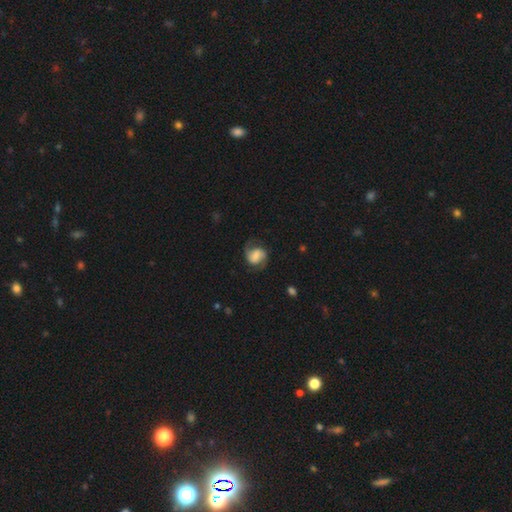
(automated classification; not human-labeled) Overall: featured or disk (68%). Edge-on disk: no (98%). Bar: weak (41%; no 40%). Spiral arms: yes (93%). Spiral arm count: 2 (89%). Spiral winding: medium (47%; loose 32%). Bulge size: small (29%, tied with moderate). Merging: none (69%).